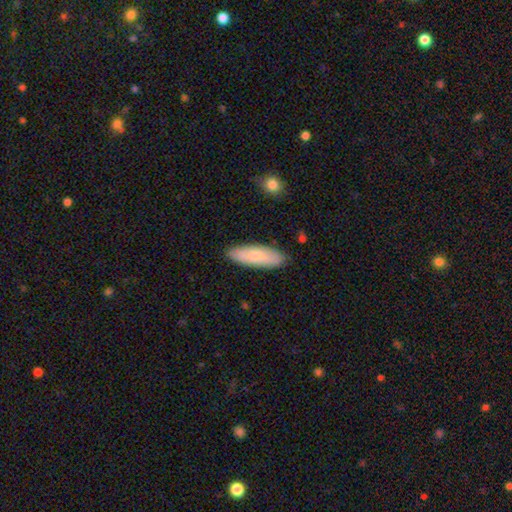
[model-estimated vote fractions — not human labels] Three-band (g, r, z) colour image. It shows a smooth galaxy with no disk features (76%) that is in between round and cigar-shaped (57%). Merging: none (86%).